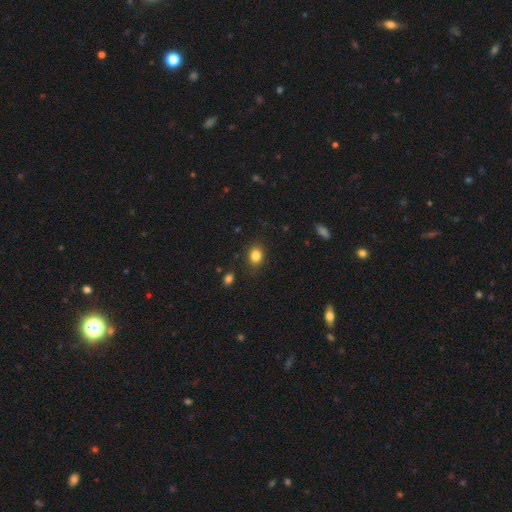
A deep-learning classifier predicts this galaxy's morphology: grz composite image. It shows a smooth galaxy with no disk features (84%) that is round (51%). Merging: none (83%).